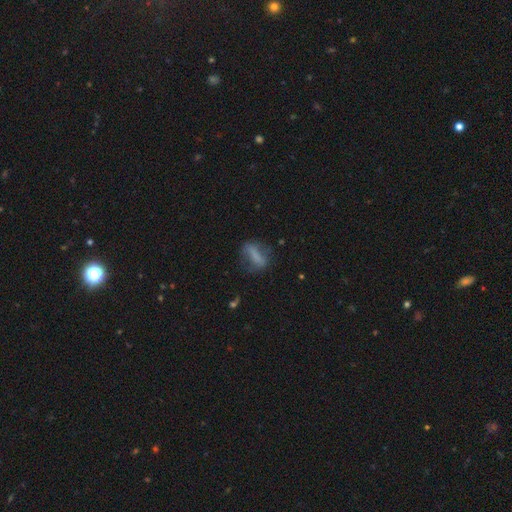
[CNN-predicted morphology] smooth-or-featured: smooth: 60% | featured or disk: 29% | star or artifact: 11%
  how-rounded: in between: 54% | cigar-shaped: 37% | round: 9%
  merging: none: 59% | minor disturbance: 23% | major disturbance: 15% | merger: 3%